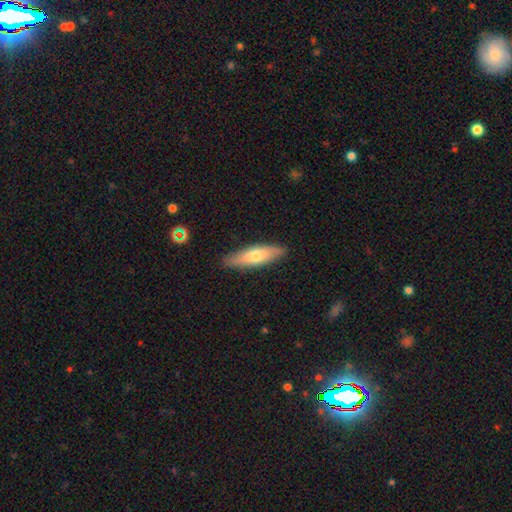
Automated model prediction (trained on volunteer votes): smooth 63%, featured or disk 31%, star or artifact 6%. Down the decision tree: how rounded — cigar-shaped (61%); merging — none (87%).